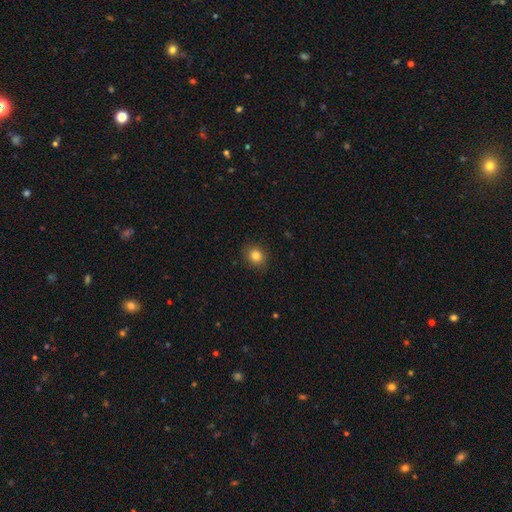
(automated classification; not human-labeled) Smooth or featured? Predicted: smooth (p=0.83). How rounded? Predicted: round (p=0.71). Merging? Predicted: none (p=0.87).